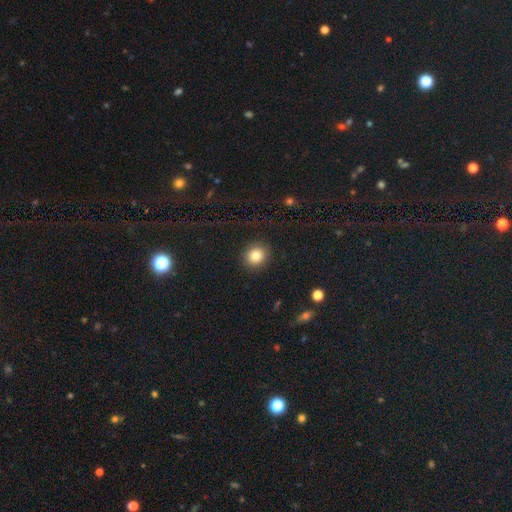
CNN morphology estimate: smooth 81%, star or artifact 11%, featured or disk 8%. Down the decision tree: how rounded — round (86%); merging — none (91%).